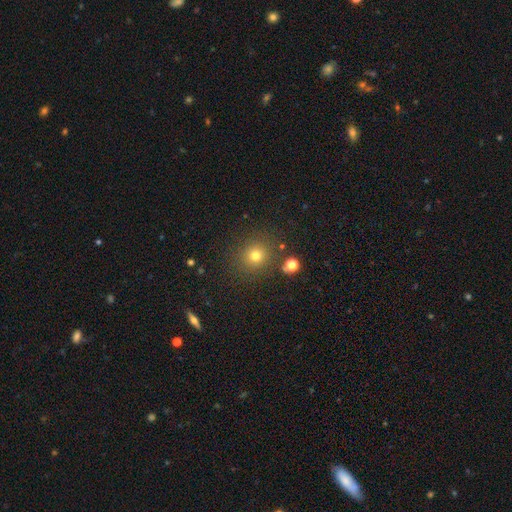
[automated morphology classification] Smooth or featured? Predicted: smooth (p=0.74). How rounded? Predicted: round (p=0.89). Merging? Predicted: none (p=0.85).